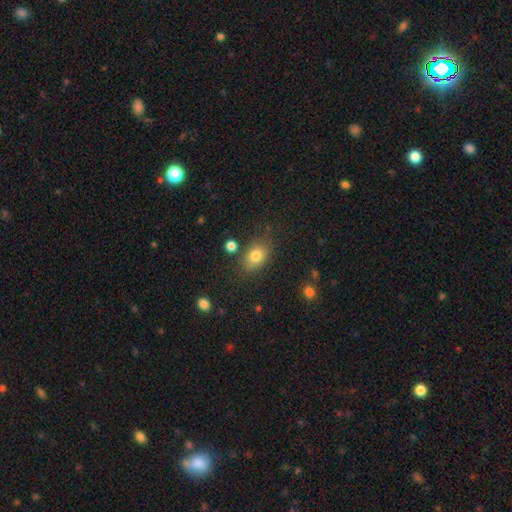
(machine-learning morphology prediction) Overall: smooth (79%). How rounded: in between (76%). Merging: none (73%).